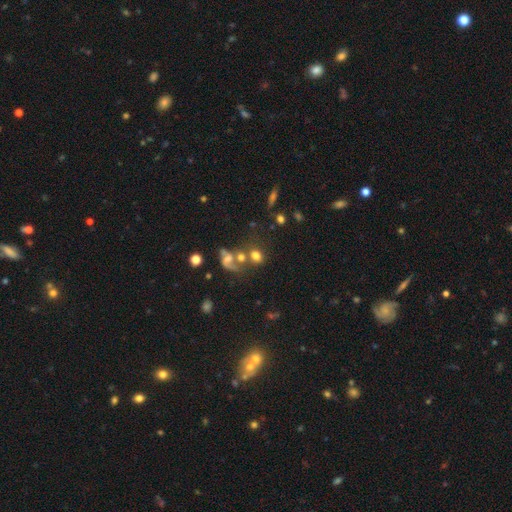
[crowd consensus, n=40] Smooth or featured? smooth (72%)
How rounded? in between (52%)
Merging? merger (39%)